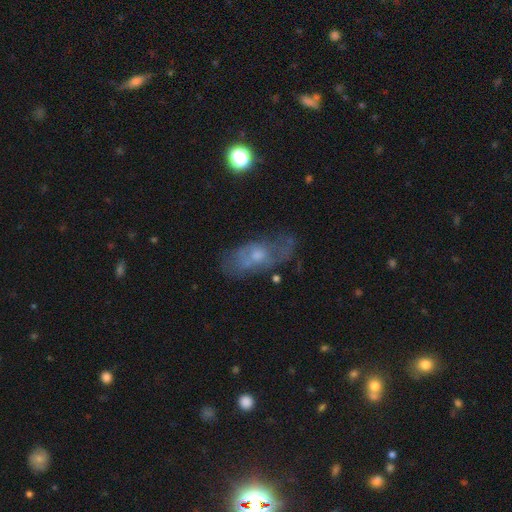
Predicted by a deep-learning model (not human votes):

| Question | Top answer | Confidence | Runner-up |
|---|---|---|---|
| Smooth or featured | featured or disk | 58% | smooth (32%) |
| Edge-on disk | no | 88% | yes (12%) |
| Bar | no | 79% | weak (18%) |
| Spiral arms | yes | 51% | no (49%) |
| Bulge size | moderate | 46% | small (43%) |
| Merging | none | 55% | minor disturbance (24%) |